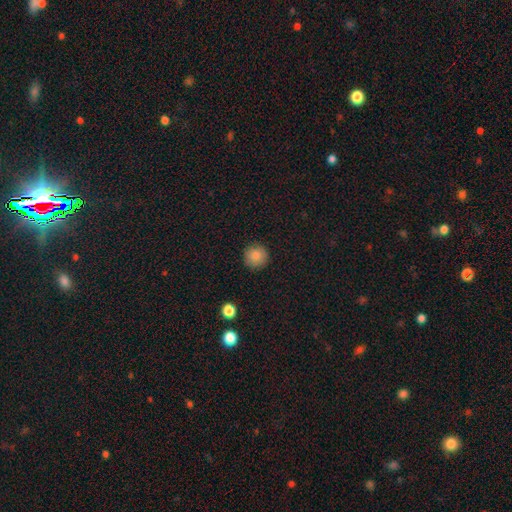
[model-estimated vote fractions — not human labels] Smooth or featured? smooth (86%)
How rounded? round (95%)
Merging? none (90%)